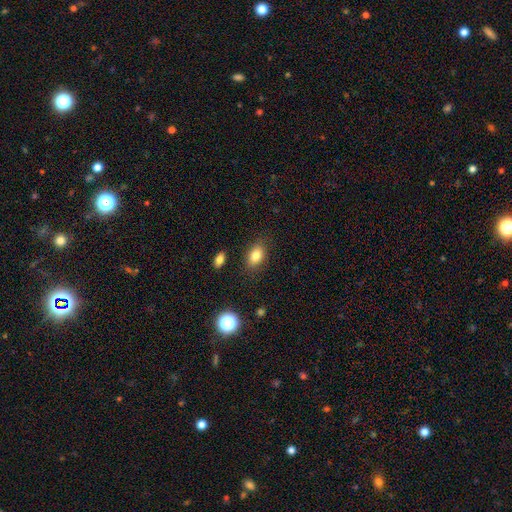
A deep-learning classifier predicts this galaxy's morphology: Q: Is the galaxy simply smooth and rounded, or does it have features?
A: smooth — 82%.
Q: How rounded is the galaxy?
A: in between — 84%.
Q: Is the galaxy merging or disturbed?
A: none — 84%.